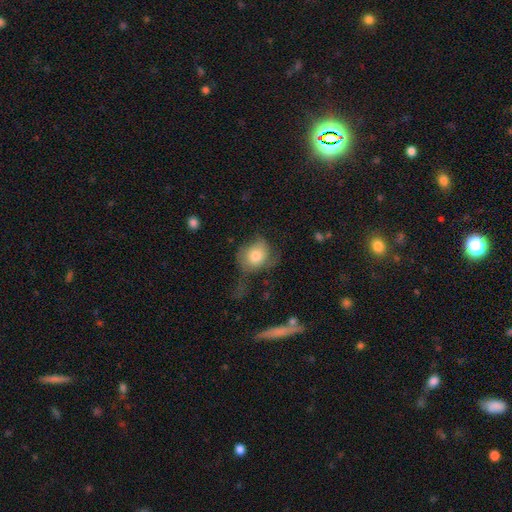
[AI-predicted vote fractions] Smooth or featured? smooth (68%)
How rounded? round (59%)
Merging? major disturbance (40%)